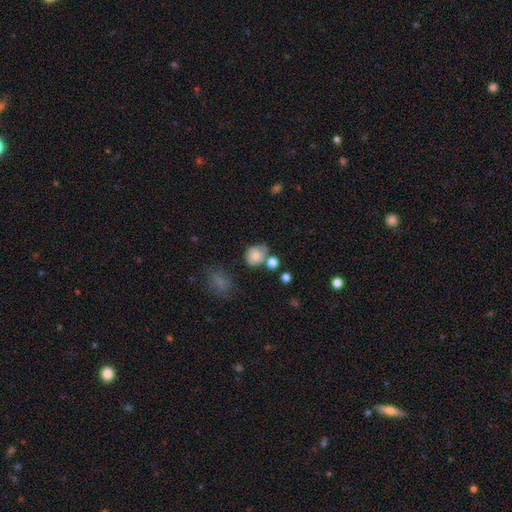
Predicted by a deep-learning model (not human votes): This is likely a smooth galaxy (76%). How rounded: likely round (67%). Merging: possibly none (50%).